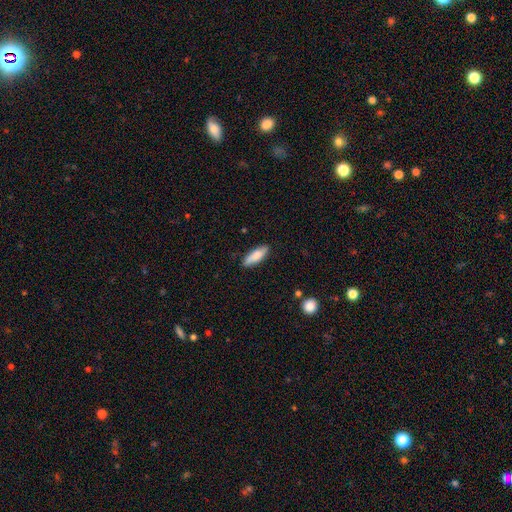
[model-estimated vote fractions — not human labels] smooth 82%, featured or disk 13%, star or artifact 6%. Down the decision tree: how rounded — in between (54%); merging — none (85%).